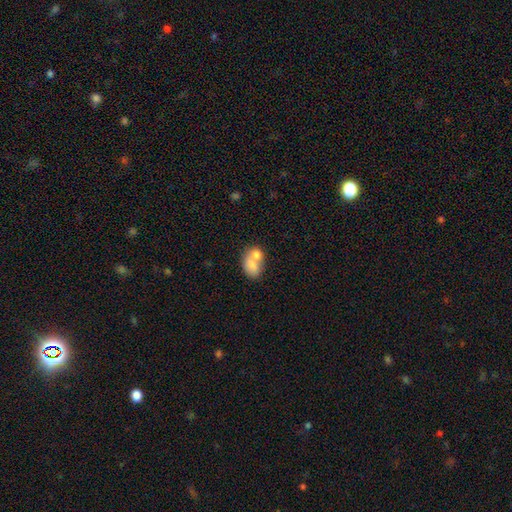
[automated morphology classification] Smooth or featured? Predicted: smooth (p=0.74). How rounded? Predicted: in between (p=0.73). Merging? Predicted: merger (p=0.62).